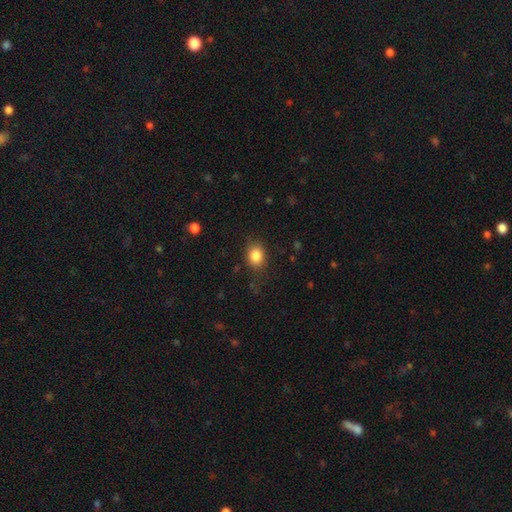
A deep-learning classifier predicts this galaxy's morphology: This appears to be a smooth galaxy with no disk features (84%) that is in between round and cigar-shaped (52%). Merging: none (80%).